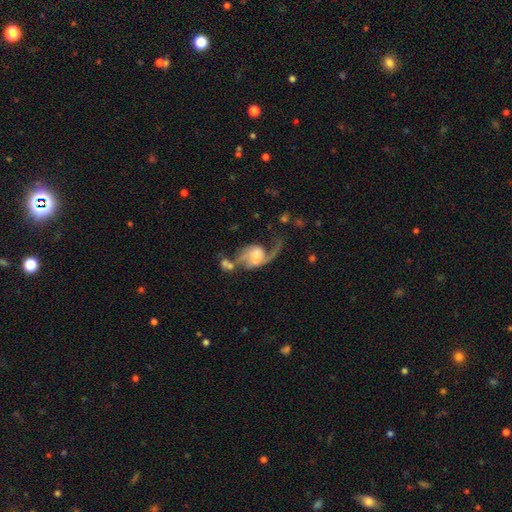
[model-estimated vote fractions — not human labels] Smooth or featured: featured or disk — 81% (smooth — 13%)
Edge-on disk: no — 97% (yes — 3%)
Bar: no — 47% (weak — 39%)
Spiral arms: yes — 92% (no — 8%)
Spiral winding: loose — 69% (medium — 25%)
Spiral arm count: 2 — 81% (1 — 12%)
Bulge size: none — 31% (small — 24%)
Merging: none — 37% (major disturbance — 29%)